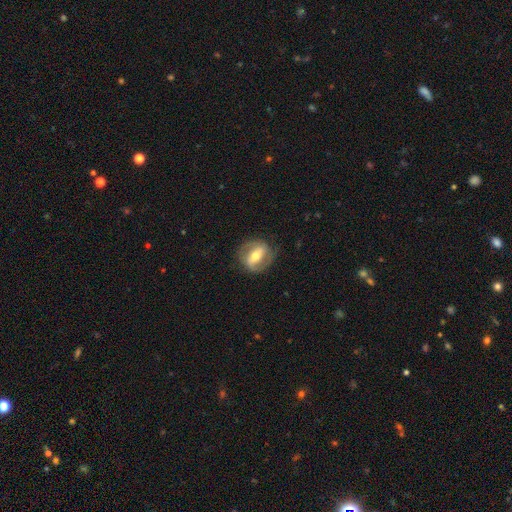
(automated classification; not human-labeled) smooth_or_featured: featured or disk (p=0.73) [alt: smooth p=0.22]
disk_edge_on: no (p=0.93) [alt: yes p=0.07]
bar: strong (p=0.60) [alt: weak p=0.27]
has_spiral_arms: yes (p=0.74) [alt: no p=0.26]
spiral_winding: medium (p=0.43) [alt: tight p=0.39]
spiral_arm_count: 2 (p=0.84) [alt: can't tell p=0.09]
bulge_size: moderate (p=0.64) [alt: small p=0.28]
merging: none (p=0.79) [alt: minor disturbance p=0.13]